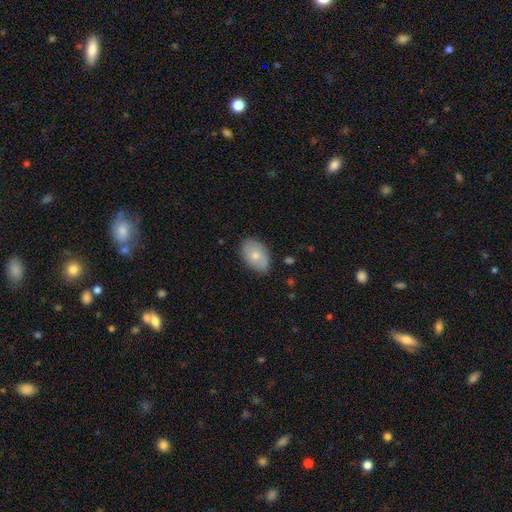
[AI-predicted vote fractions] Smooth or featured?
  - smooth: 65% *
  - featured or disk: 29%
  - star or artifact: 6%
How rounded?
  - in between: 88% *
  - round: 10%
  - cigar-shaped: 1%
Merging?
  - none: 79% *
  - minor disturbance: 16%
  - major disturbance: 3%
  - merger: 1%